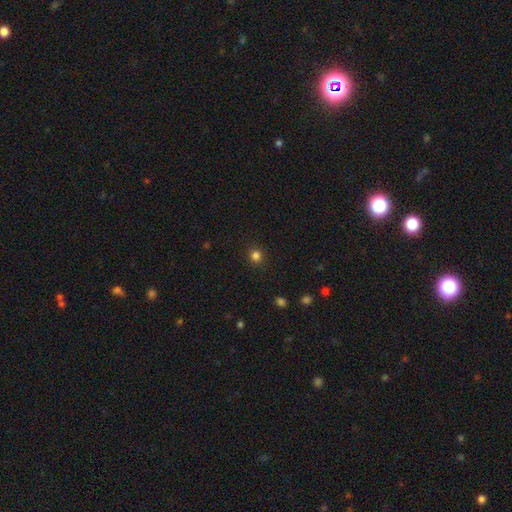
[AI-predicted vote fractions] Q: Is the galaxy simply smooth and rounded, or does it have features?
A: smooth — 82%.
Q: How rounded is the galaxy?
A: round — 93%.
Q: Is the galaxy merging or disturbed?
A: none — 92%.